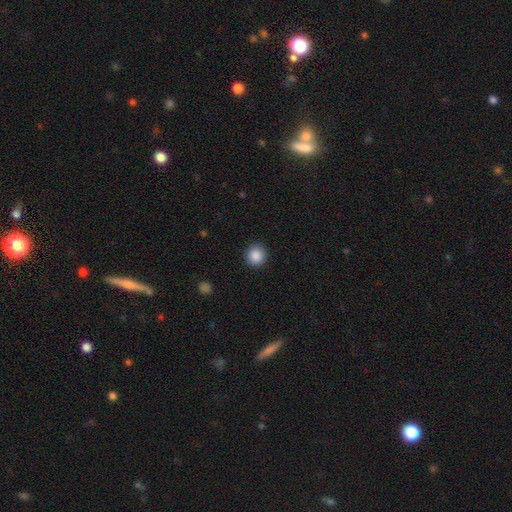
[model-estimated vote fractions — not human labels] Smooth or featured? Predicted: smooth (p=0.88). How rounded? Predicted: round (p=0.93). Merging? Predicted: none (p=0.91).